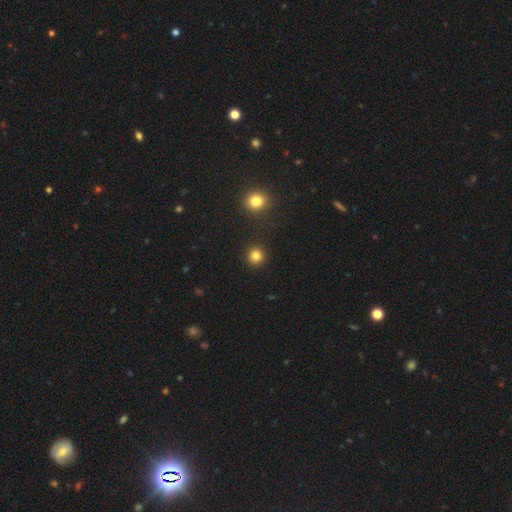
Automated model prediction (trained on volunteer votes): Smooth or featured? Predicted: smooth (p=0.83). How rounded? Predicted: round (p=0.93). Merging? Predicted: none (p=0.92).